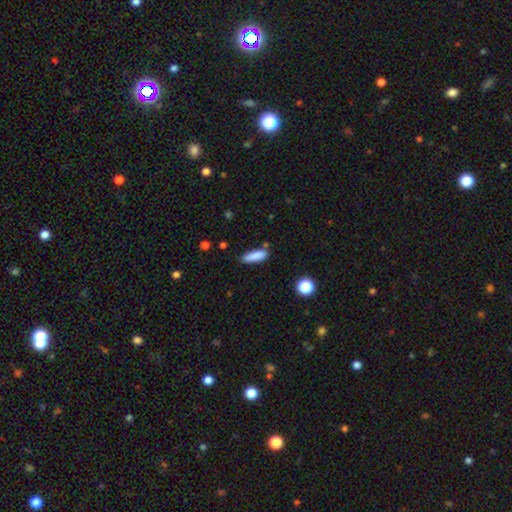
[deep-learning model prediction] Overall: smooth (85%). How rounded: cigar-shaped (54%; in between 44%). Merging: none (72%).